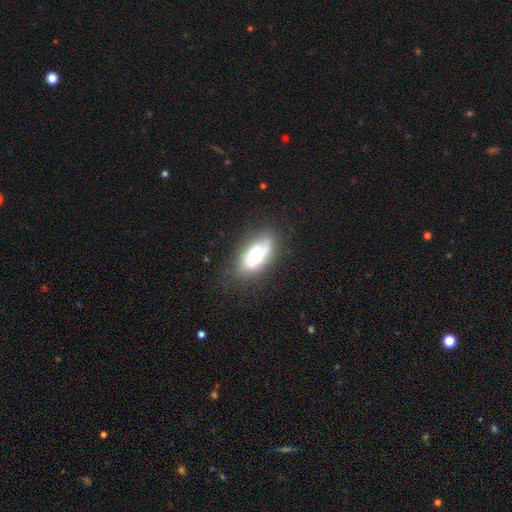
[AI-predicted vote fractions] Smooth or featured: featured or disk — 47% (smooth — 46%)
Merging: none — 67% (minor disturbance — 21%)